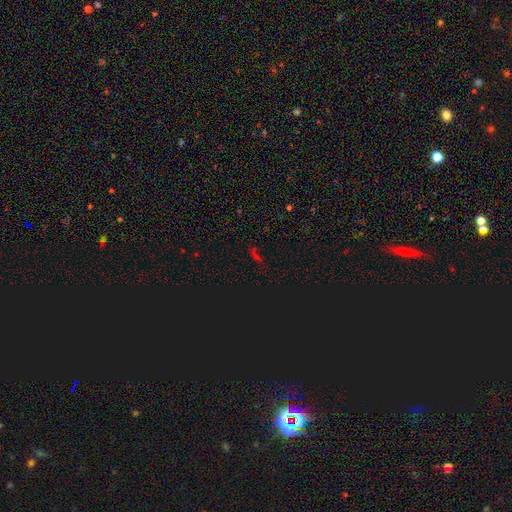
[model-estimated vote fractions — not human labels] A star or artifact, not a galaxy (63%).